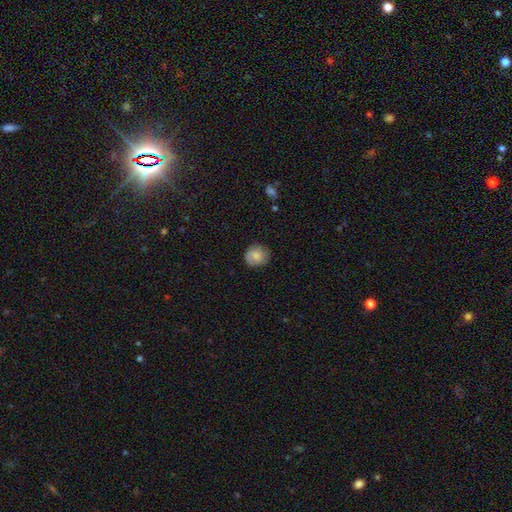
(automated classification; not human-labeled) smooth 75%, featured or disk 17%, star or artifact 8%. Down the decision tree: how rounded — round (85%); merging — none (80%).